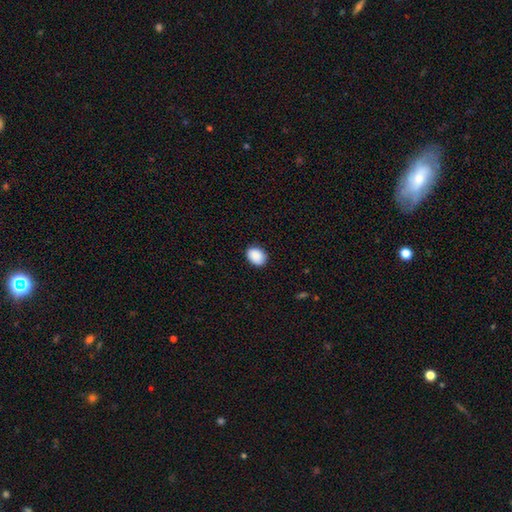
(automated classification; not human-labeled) Smooth or featured: smooth — 90% (star or artifact — 7%)
How rounded: in between — 73% (round — 26%)
Merging: none — 86% (minor disturbance — 11%)